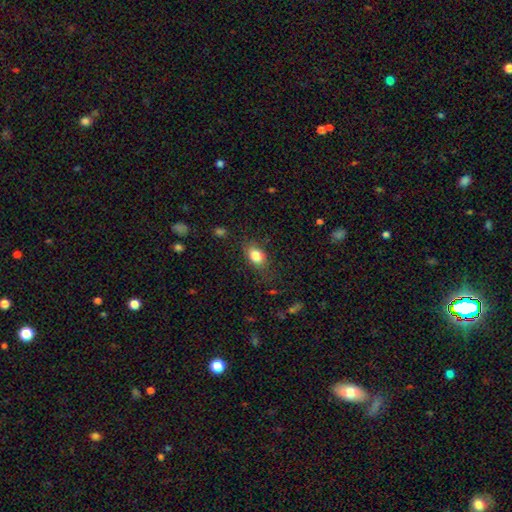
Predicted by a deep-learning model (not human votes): Smooth or featured: smooth — 83% (star or artifact — 9%)
How rounded: in between — 77% (round — 21%)
Merging: none — 74% (minor disturbance — 18%)